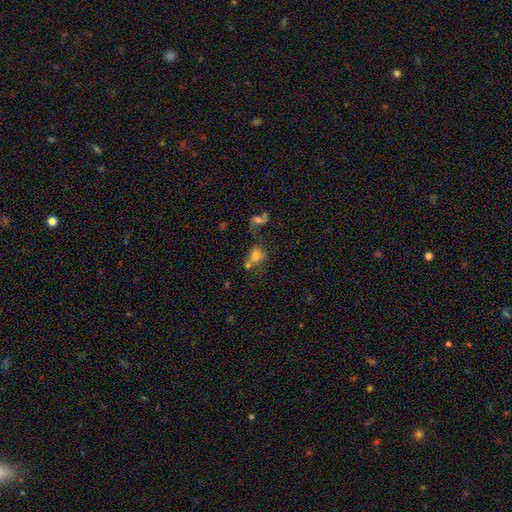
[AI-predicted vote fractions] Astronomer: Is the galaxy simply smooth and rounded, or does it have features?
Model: smooth — 67%.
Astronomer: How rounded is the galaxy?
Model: in between — 54% (runner-up: round, 43%).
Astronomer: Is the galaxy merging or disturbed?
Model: merger — 39% (runner-up: none, 34%).